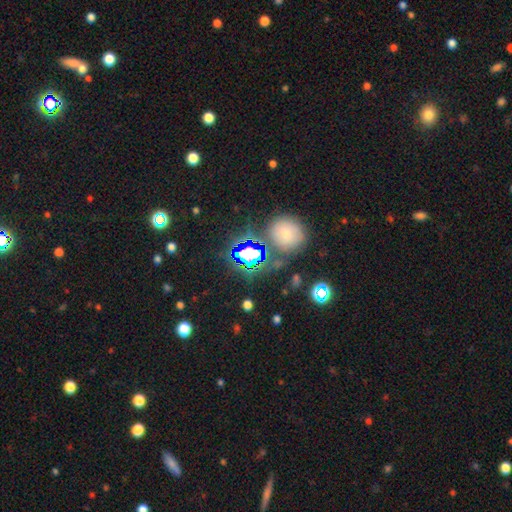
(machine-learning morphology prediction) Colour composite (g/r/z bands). It shows a star or artifact, not a galaxy (69%).